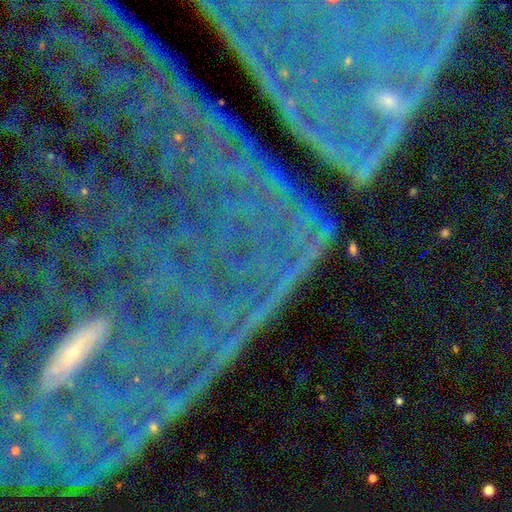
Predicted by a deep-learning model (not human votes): smooth_or_featured: star or artifact (p=0.80) [alt: featured or disk p=0.12]